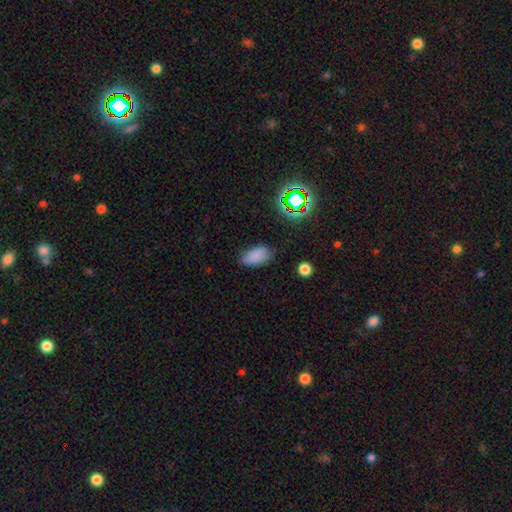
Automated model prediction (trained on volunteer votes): smooth_or_featured: smooth (p=0.81) [alt: star or artifact p=0.13]
how_rounded: in between (p=0.92) [alt: round p=0.04]
merging: none (p=0.73) [alt: minor disturbance p=0.20]